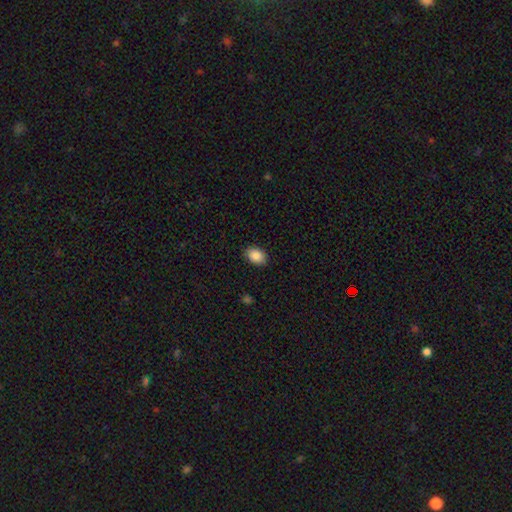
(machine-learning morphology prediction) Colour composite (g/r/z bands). It shows a smooth galaxy with no disk features (88%) that is in between round and cigar-shaped (81%). Merging: none (88%).